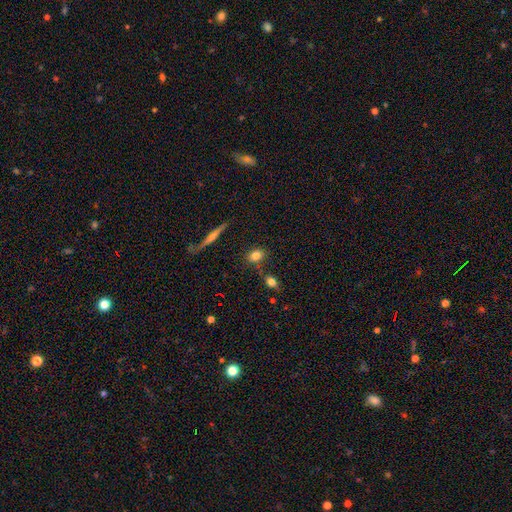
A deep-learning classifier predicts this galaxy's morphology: This is likely a smooth galaxy (80%). How rounded: possibly in between (58%). Merging: likely none (71%).